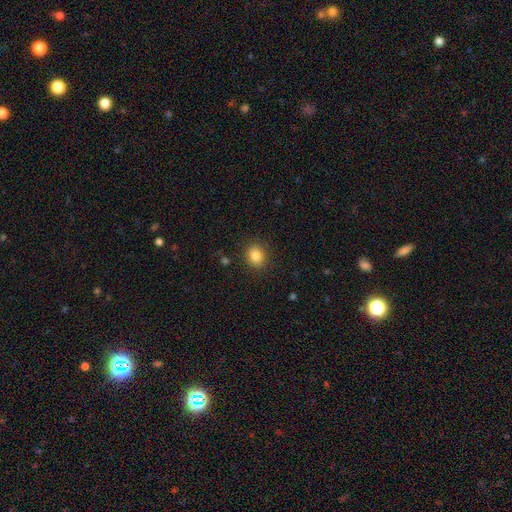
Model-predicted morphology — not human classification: smooth-or-featured: smooth: 84% | star or artifact: 10% | featured or disk: 6%
  how-rounded: round: 70% | in between: 29% | cigar-shaped: 1%
  merging: none: 89% | minor disturbance: 8% | major disturbance: 3% | merger: 1%